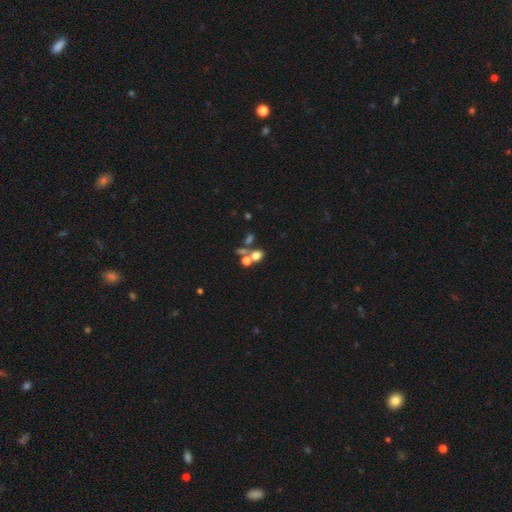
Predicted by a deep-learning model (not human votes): This is likely a smooth galaxy (65%). How rounded: possibly round (53%). Merging: marginally merger (44%).